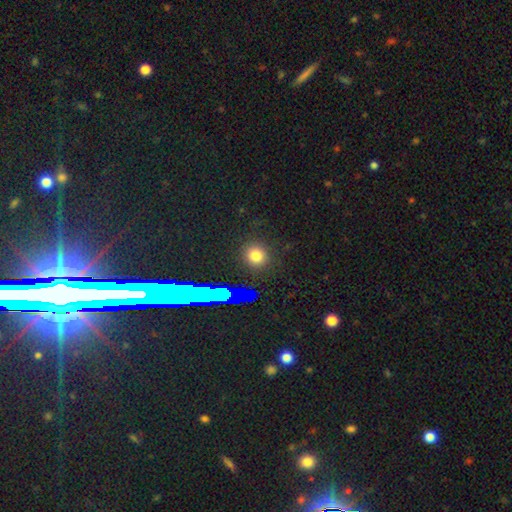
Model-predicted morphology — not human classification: type=smooth (75%); roundness=round (83%); merging=none (89%).